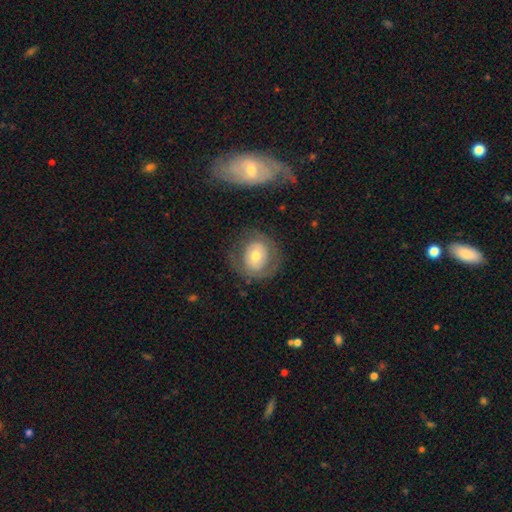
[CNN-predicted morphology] smooth-or-featured: featured or disk: 47% | smooth: 46% | star or artifact: 7%
  merging: none: 71% | minor disturbance: 16% | major disturbance: 11% | merger: 3%